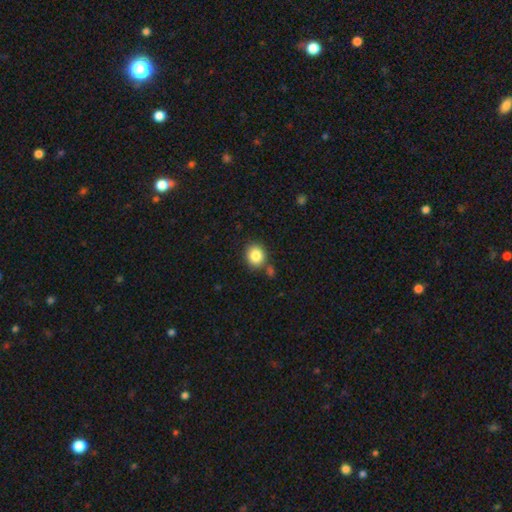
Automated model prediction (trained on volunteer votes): Morphology: type=smooth (85%); roundness=round (70%); merging=none (77%).